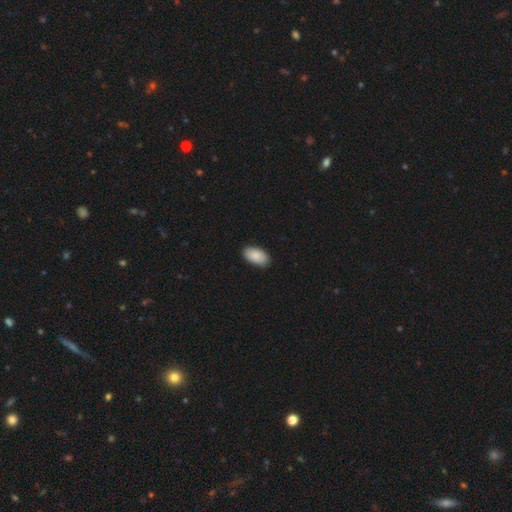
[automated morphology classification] Q: Smooth or featured?
A: smooth (90%); runner-up: star or artifact (6%)
Q: How rounded?
A: in between (96%); runner-up: round (3%)
Q: Merging?
A: none (89%); runner-up: minor disturbance (9%)